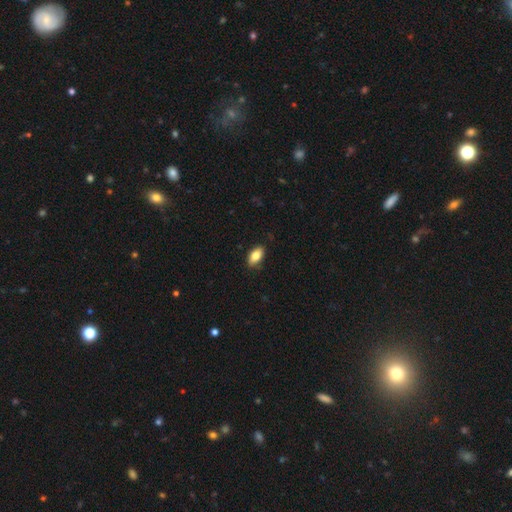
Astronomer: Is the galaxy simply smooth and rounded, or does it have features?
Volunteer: smooth — 77%.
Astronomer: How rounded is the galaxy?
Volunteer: in between — 87%.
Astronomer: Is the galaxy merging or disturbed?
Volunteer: none — 86%.